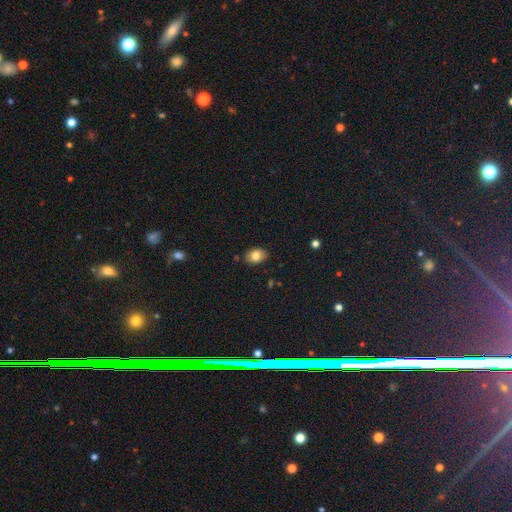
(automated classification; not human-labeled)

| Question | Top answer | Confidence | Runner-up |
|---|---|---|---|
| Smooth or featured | smooth | 81% | featured or disk (11%) |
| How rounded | in between | 82% | round (17%) |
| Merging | none | 85% | minor disturbance (11%) |